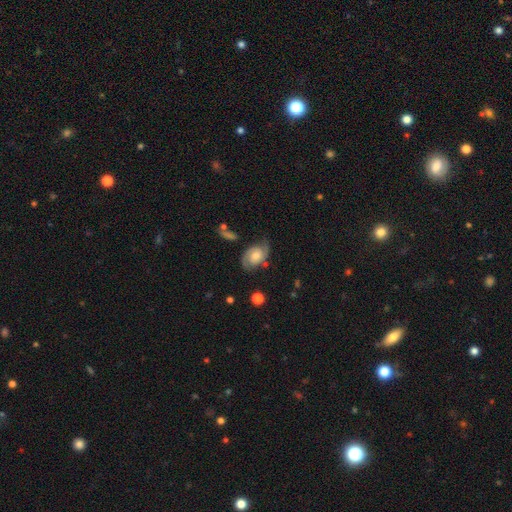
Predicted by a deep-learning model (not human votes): smooth-or-featured: featured or disk: 72% | smooth: 20% | star or artifact: 7%
  disk-edge-on: no: 97% | yes: 3%
    bar: no: 68% | weak: 27% | strong: 5%
    has-spiral-arms: yes: 93% | no: 7%
      spiral-winding: medium: 45% | tight: 34% | loose: 21%
      spiral-arm-count: 2: 88% | can't tell: 6% | 1: 3% | 3: 1% | 4: 1% | more than 4: 1%
    bulge-size: moderate: 51% | small: 27% | large: 13% | none: 7% | dominant: 2%
  merging: none: 69% | minor disturbance: 20% | major disturbance: 8% | merger: 3%